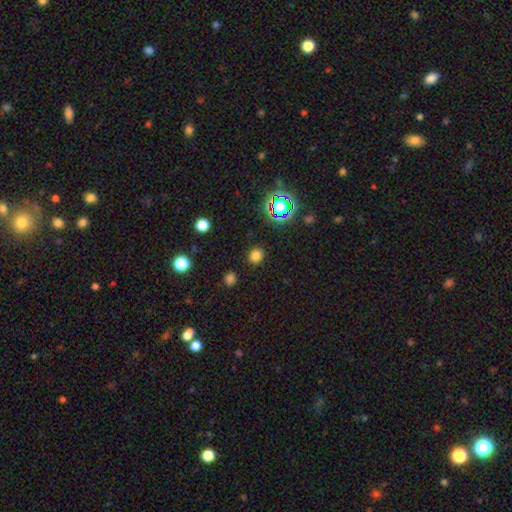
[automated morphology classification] smooth 75%, star or artifact 19%, featured or disk 5%. Down the decision tree: how rounded — round (75%); merging — none (88%).